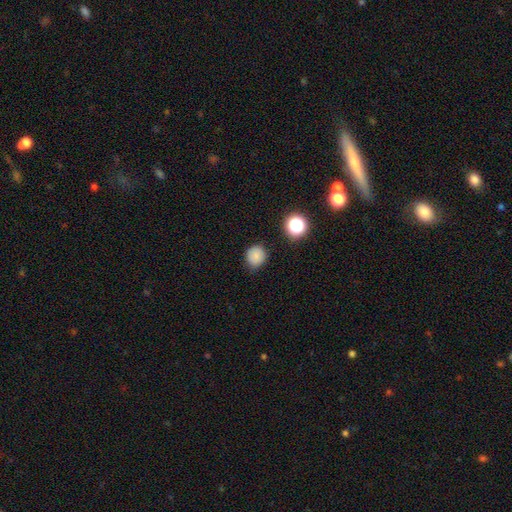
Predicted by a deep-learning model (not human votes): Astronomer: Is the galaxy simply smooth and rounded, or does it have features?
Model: smooth — 82%.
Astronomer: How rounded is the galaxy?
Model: round — 85%.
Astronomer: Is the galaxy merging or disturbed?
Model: none — 83%.